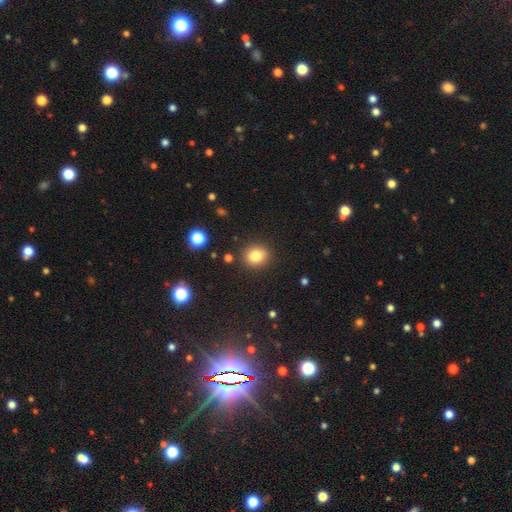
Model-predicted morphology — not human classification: The model was most divided on "how rounded": round: 79%, in between: 20%, cigar-shaped: 1%. More confident: merging — none (88%); smooth or featured — smooth (81%).